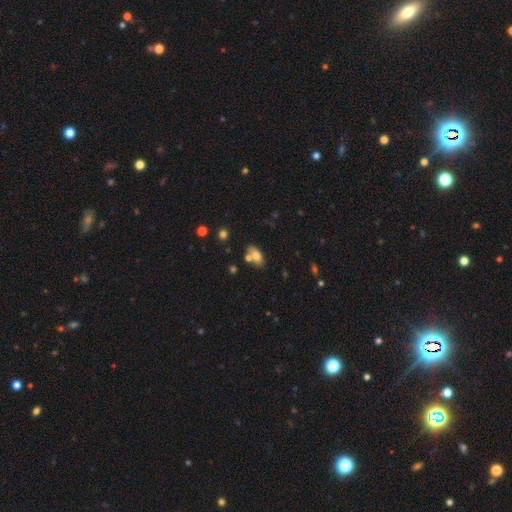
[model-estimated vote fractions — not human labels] Smooth or featured: smooth — 74% (featured or disk — 16%)
How rounded: in between — 87% (round — 7%)
Merging: none — 56% (merger — 24%)